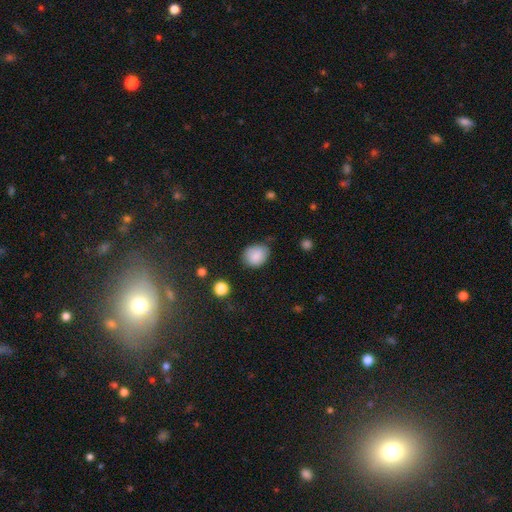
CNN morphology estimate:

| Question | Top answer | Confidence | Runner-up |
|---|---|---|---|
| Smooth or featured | smooth | 87% | star or artifact (8%) |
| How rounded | round | 60% | in between (39%) |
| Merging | none | 72% | minor disturbance (22%) |